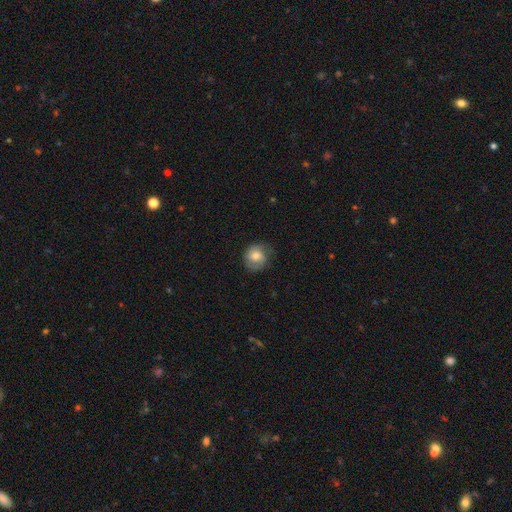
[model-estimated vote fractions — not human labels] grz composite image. It shows a smooth galaxy with no disk features (68%) that is round (75%). Merging: none (67%).